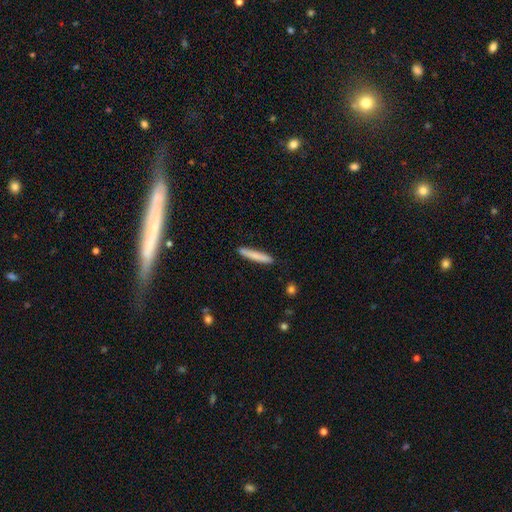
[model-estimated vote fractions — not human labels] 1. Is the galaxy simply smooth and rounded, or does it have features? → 78% smooth, 16% featured or disk, 6% star or artifact.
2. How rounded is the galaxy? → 94% cigar-shaped, 4% in between, 1% round.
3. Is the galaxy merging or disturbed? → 87% none, 10% minor disturbance, 2% major disturbance, 2% merger.